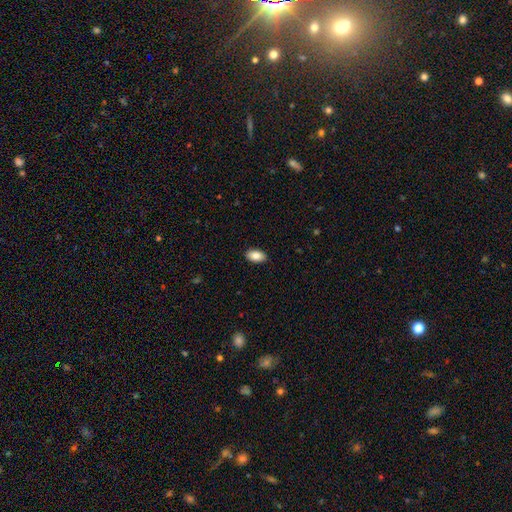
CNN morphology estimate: Smooth or featured? Predicted: smooth (p=0.86). How rounded? Predicted: in between (p=0.94). Merging? Predicted: none (p=0.90).